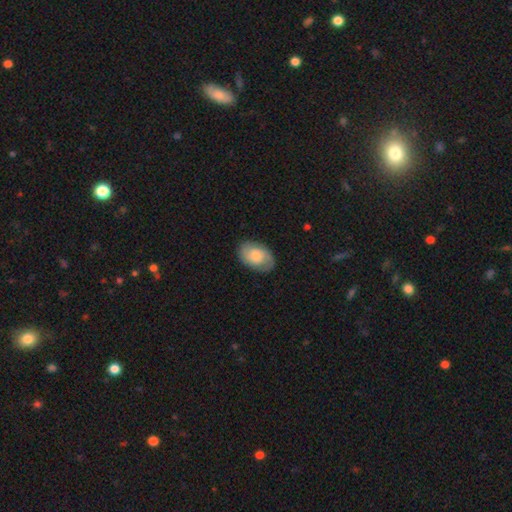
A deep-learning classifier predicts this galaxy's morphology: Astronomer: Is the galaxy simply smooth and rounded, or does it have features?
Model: smooth — 54% (runner-up: featured or disk, 40%).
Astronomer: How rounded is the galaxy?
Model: in between — 85%.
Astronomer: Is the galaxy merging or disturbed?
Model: none — 82%.